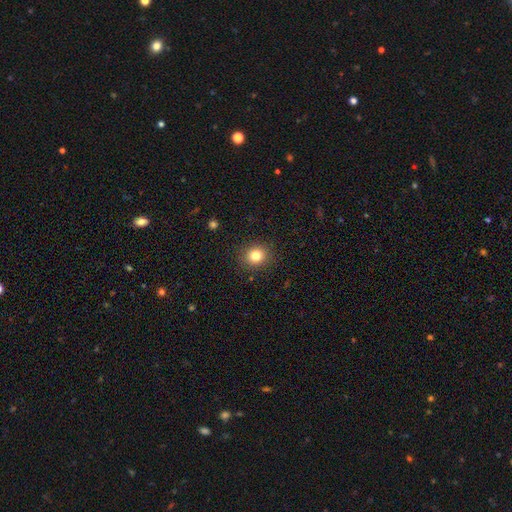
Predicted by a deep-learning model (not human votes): Morphology: type=smooth (82%); roundness=round (81%); merging=none (89%).